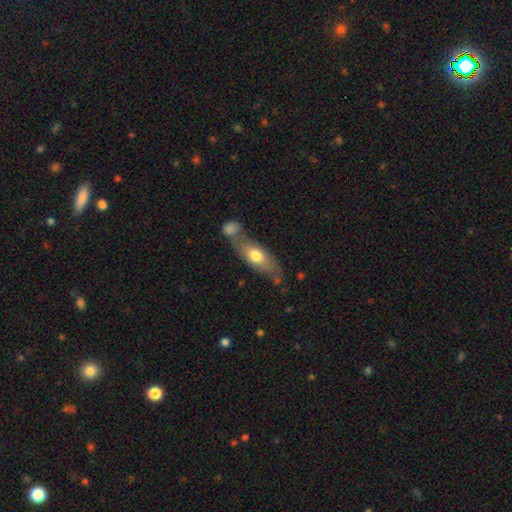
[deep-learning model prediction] The model was most divided on "merging": none: 50%, merger: 27%, minor disturbance: 17%, major disturbance: 6%. More confident: how rounded — in between (66%); smooth or featured — smooth (62%).